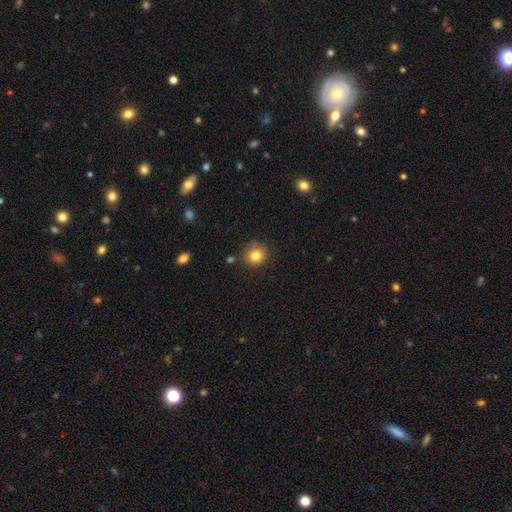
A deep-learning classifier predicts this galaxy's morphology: A smooth galaxy with no disk features (83%) that is round (89%).

Vote fractions:
- Smooth or featured? smooth: 83% / star or artifact: 11% / featured or disk: 7%
- How rounded? round: 89% / in between: 10% / cigar-shaped: 1%
- Merging? none: 80% / minor disturbance: 14% / merger: 3% / major disturbance: 3%